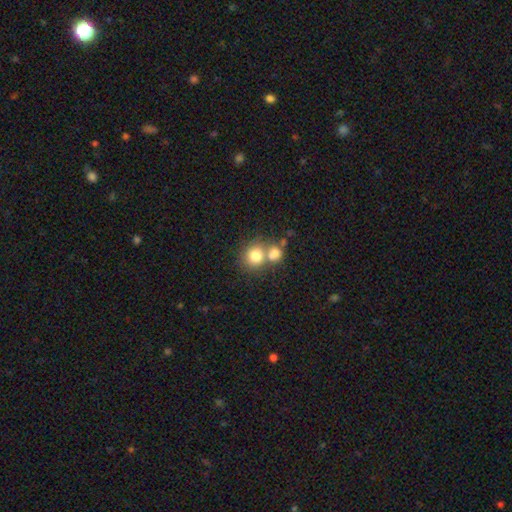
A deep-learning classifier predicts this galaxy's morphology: A smooth galaxy with no disk features (77%) that is round (82%). Merging: merger (47%).